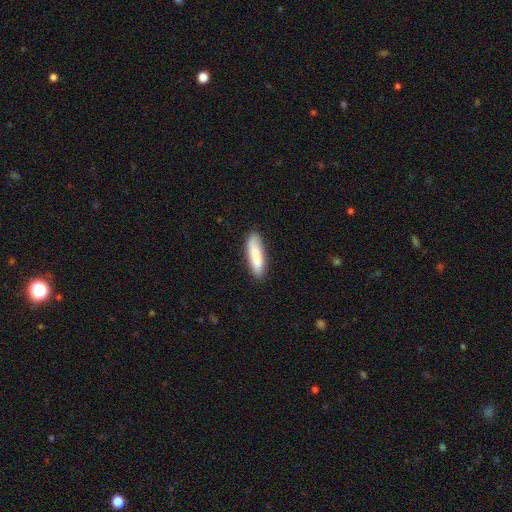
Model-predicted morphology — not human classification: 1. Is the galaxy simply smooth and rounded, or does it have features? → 82% smooth, 12% featured or disk, 6% star or artifact.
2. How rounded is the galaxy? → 65% cigar-shaped, 34% in between, 2% round.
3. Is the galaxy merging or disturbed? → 82% none, 13% minor disturbance, 3% major disturbance, 2% merger.